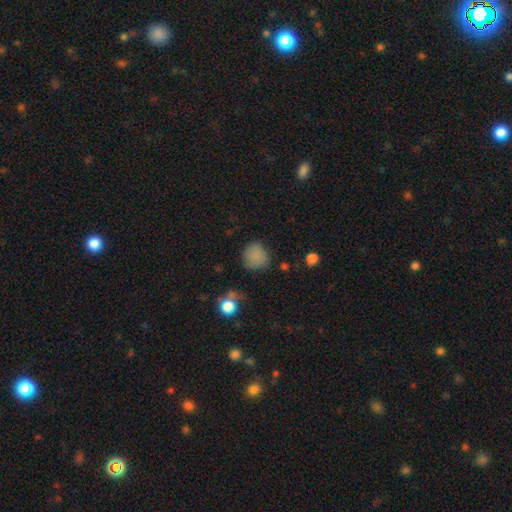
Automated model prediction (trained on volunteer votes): Smooth or featured? smooth (81%)
How rounded? round (86%)
Merging? none (72%)